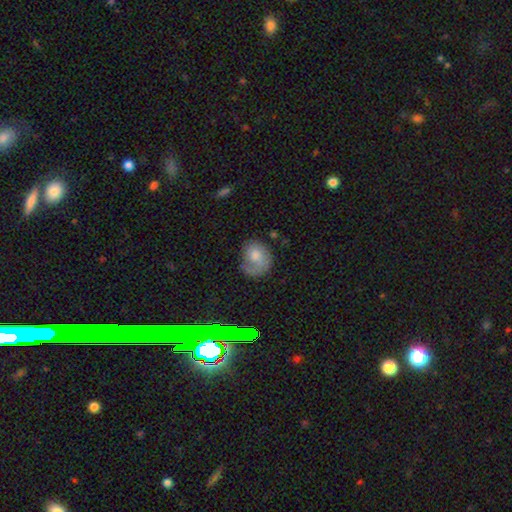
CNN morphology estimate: A smooth galaxy with no disk features (59%) that is round (55%).

Vote fractions:
- Smooth or featured? smooth: 59% / featured or disk: 29% / star or artifact: 12%
- How rounded? round: 55% / in between: 43% / cigar-shaped: 1%
- Merging? none: 50% / minor disturbance: 29% / major disturbance: 19% / merger: 3%